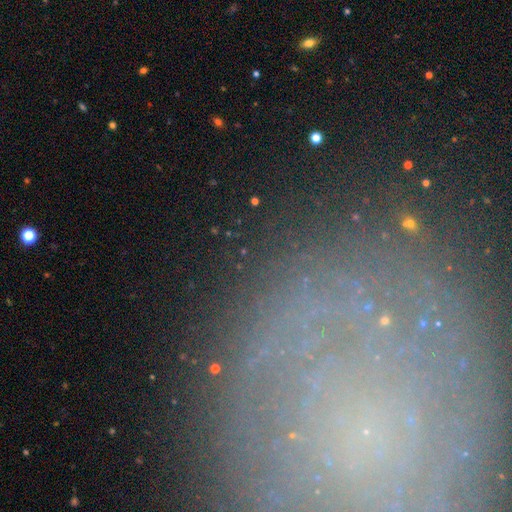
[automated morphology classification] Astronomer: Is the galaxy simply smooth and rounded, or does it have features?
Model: star or artifact — 46% (runner-up: featured or disk, 34%).